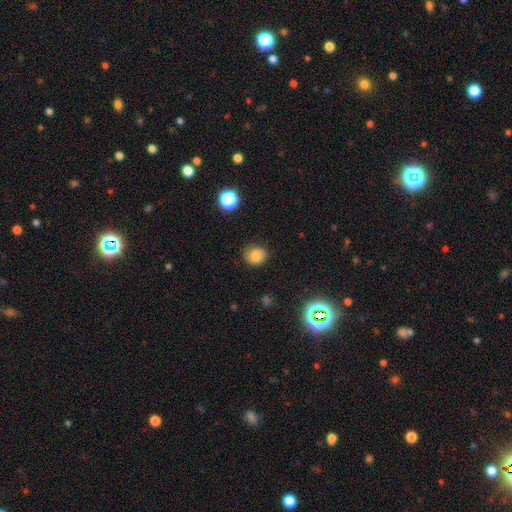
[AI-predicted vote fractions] smooth-or-featured: smooth: 77% | star or artifact: 13% | featured or disk: 10%
  how-rounded: round: 76% | in between: 23% | cigar-shaped: 1%
  merging: none: 77% | minor disturbance: 17% | major disturbance: 4% | merger: 1%